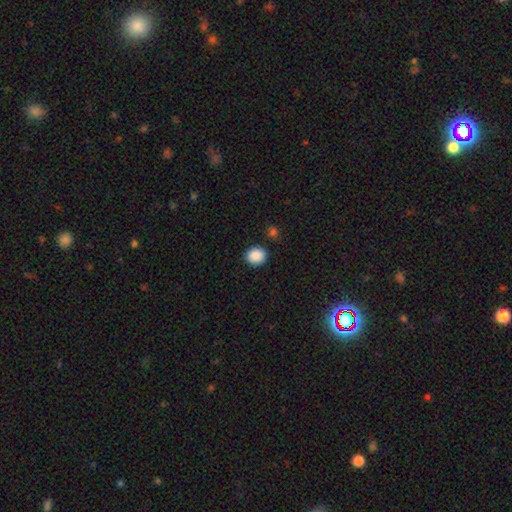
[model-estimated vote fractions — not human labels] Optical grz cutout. It shows a smooth galaxy with no disk features (89%) that is round (75%). Merging: none (88%).